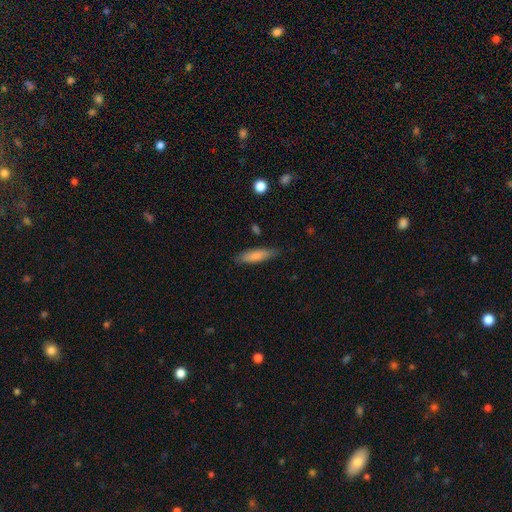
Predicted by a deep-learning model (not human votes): Overall: smooth (81%). How rounded: cigar-shaped (66%; in between 33%). Merging: none (81%).